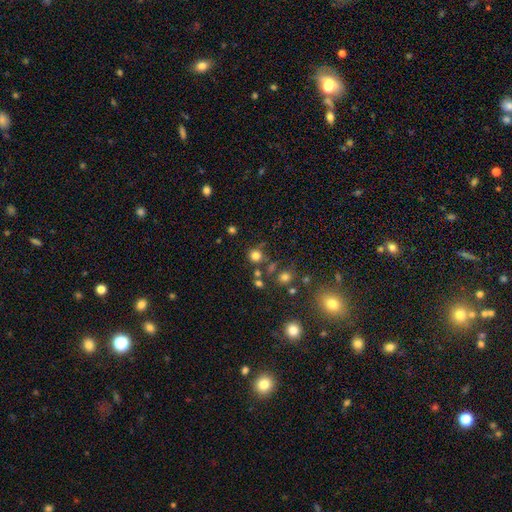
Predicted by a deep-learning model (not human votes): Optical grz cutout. It shows a smooth galaxy with no disk features (76%) that is round (90%). Merging: none (72%).